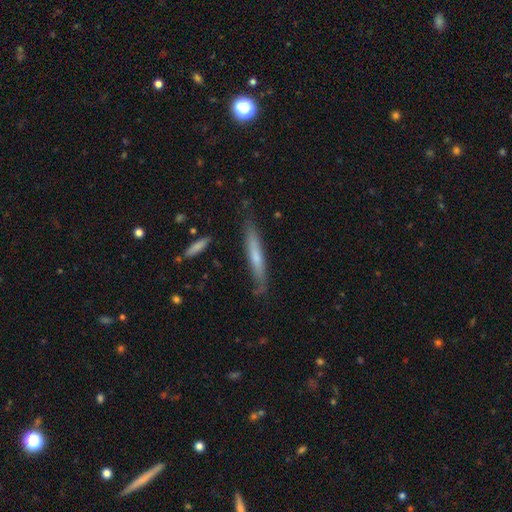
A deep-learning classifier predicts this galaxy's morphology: type=smooth (54%); roundness=cigar-shaped (93%); merging=none (77%).